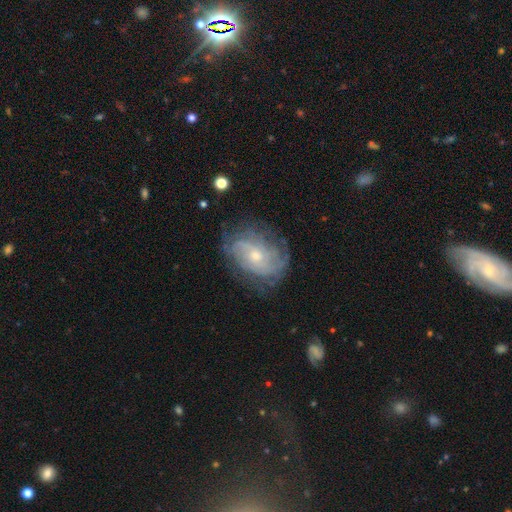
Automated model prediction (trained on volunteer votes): A featured or disk galaxy (75%) with no bar (72%), tight (56%) spiral arms (87%) and a small central bulge (55%). Merging: none (68%).